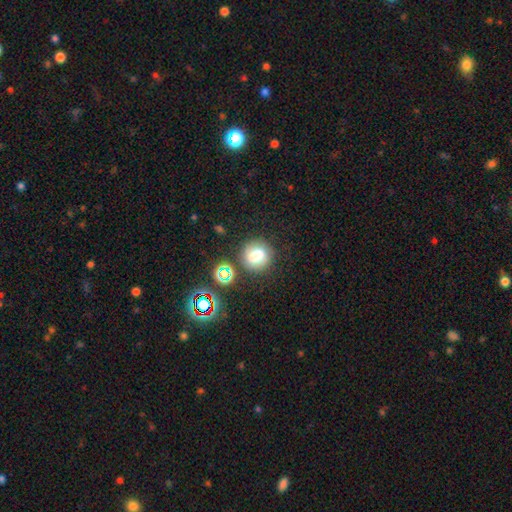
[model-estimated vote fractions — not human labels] Smooth or featured? Predicted: smooth (p=0.70). How rounded? Predicted: round (p=0.79). Merging? Predicted: none (p=0.75).